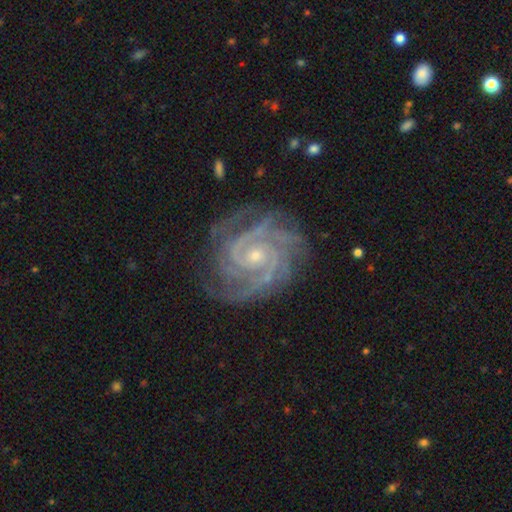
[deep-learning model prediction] This appears to be a featured or disk galaxy (92%) with no bar (69%), 3 (29%) tight (74%) spiral arms (99%) and a small central bulge (72%). Merging: none (77%).